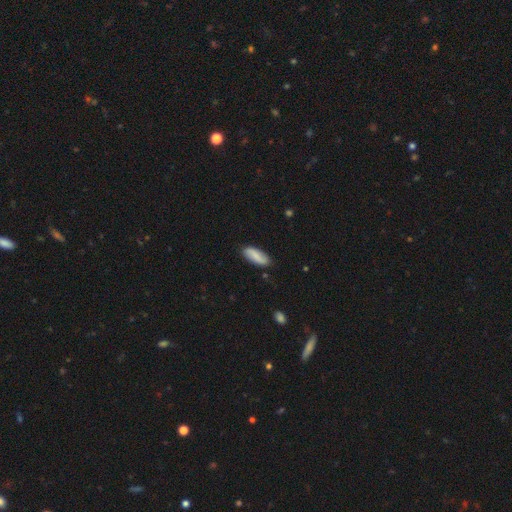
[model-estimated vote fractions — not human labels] Smooth or featured: smooth — 76% (featured or disk — 18%)
How rounded: in between — 71% (cigar-shaped — 26%)
Merging: none — 83% (minor disturbance — 13%)